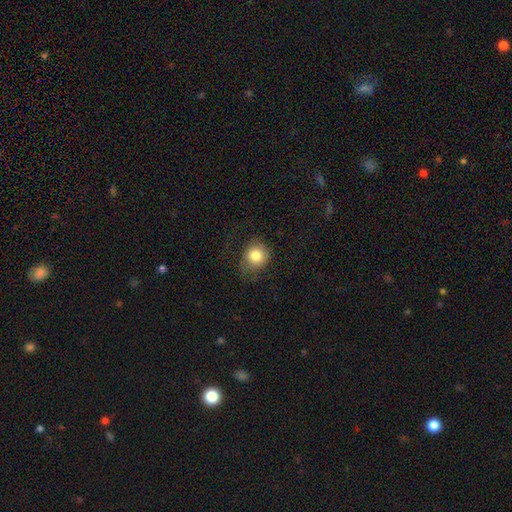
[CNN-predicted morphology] smooth 82%, star or artifact 9%, featured or disk 8%. Down the decision tree: how rounded — round (77%); merging — none (64%).